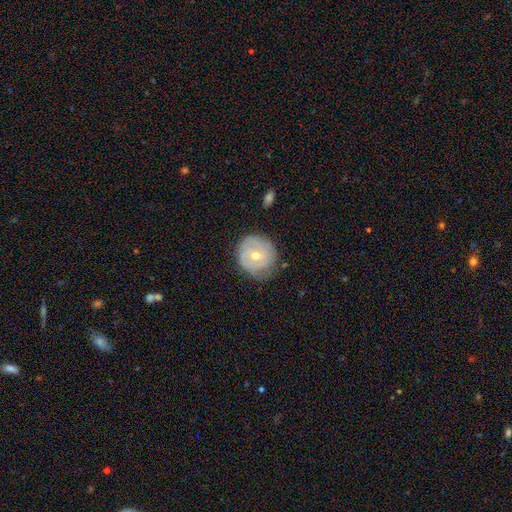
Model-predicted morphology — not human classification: A featured or disk galaxy (57%) with no bar (59%), spiral arms (61%) and a moderate central bulge (55%).

Vote fractions:
- Smooth or featured? featured or disk: 57% / smooth: 35% / star or artifact: 7%
- Edge-on disk? no: 96% / yes: 4%
- Bar? no: 59% / weak: 32% / strong: 9%
- Spiral arms? yes: 61% / no: 39%
- Bulge size? moderate: 55% / small: 42% / large: 1% / none: 1% / dominant: 1%
- Merging? none: 71% / minor disturbance: 22% / major disturbance: 6% / merger: 1%